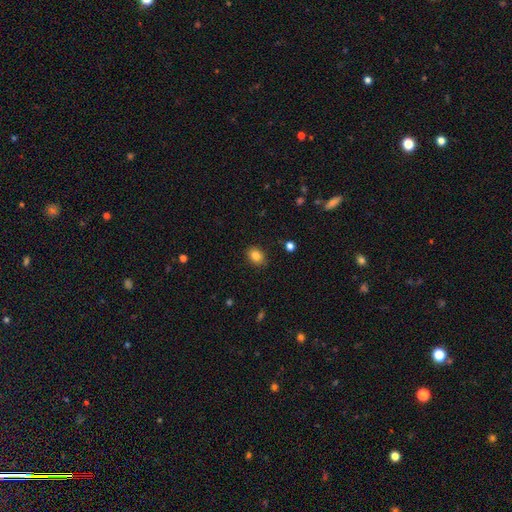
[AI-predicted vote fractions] Smooth or featured? smooth (84%)
How rounded? in between (60%)
Merging? none (87%)